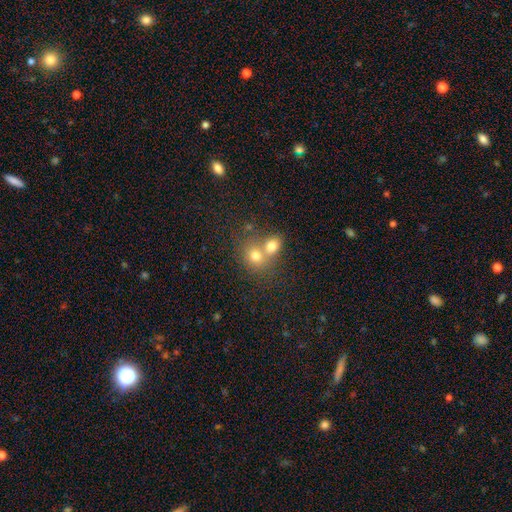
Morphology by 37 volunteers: A smooth galaxy with no disk features (89%) that is round (79%).

Vote fractions:
- Smooth or featured? smooth: 89% / featured or disk: 8% / star or artifact: 3%
- How rounded? round: 79% / in between: 21% / cigar-shaped: 0%
- Merging? merger: 53% / none: 31% / minor disturbance: 14% / major disturbance: 3%